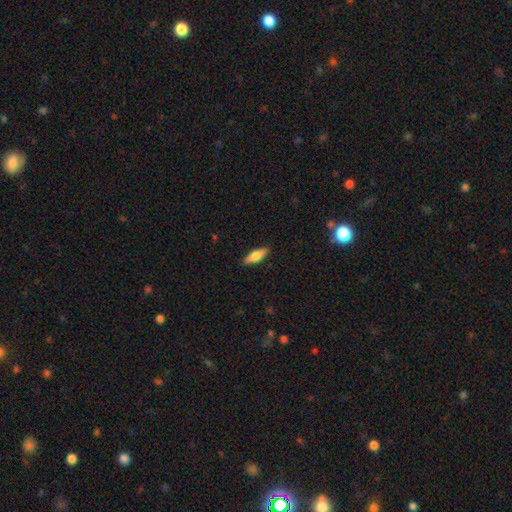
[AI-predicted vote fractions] smooth_or_featured: smooth (p=0.68) [alt: featured or disk p=0.26]
how_rounded: in between (p=0.53) [alt: cigar-shaped p=0.44]
merging: none (p=0.88) [alt: minor disturbance p=0.09]